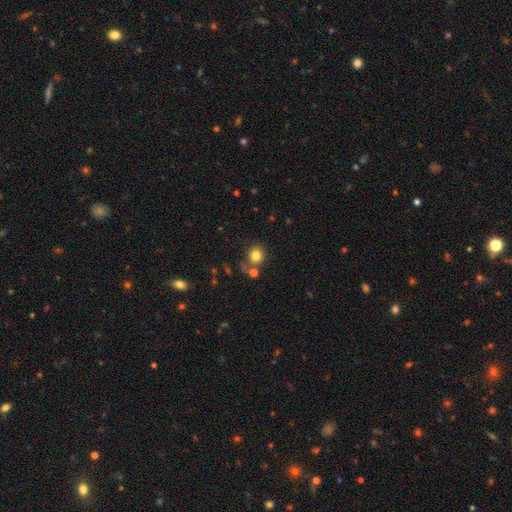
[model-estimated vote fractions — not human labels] Smooth or featured? Predicted: smooth (p=0.80). How rounded? Predicted: round (p=0.81). Merging? Predicted: none (p=0.72).